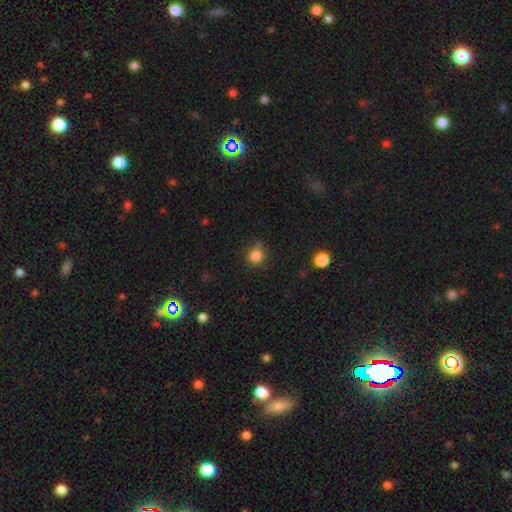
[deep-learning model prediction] Morphology: type=smooth (83%); roundness=round (91%); merging=none (75%).